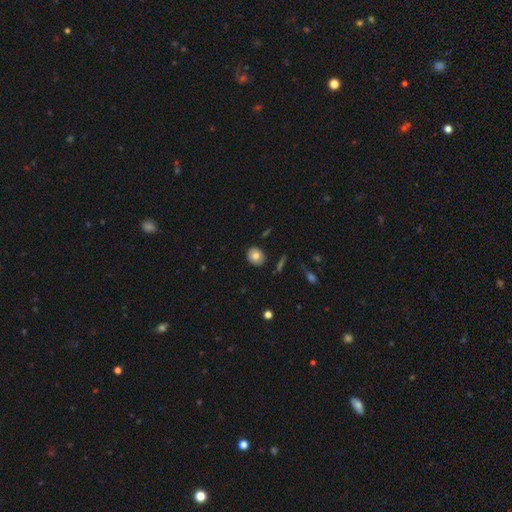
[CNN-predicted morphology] Q: Smooth or featured?
A: smooth (77%); runner-up: featured or disk (14%)
Q: How rounded?
A: round (71%); runner-up: in between (28%)
Q: Merging?
A: none (87%); runner-up: minor disturbance (9%)